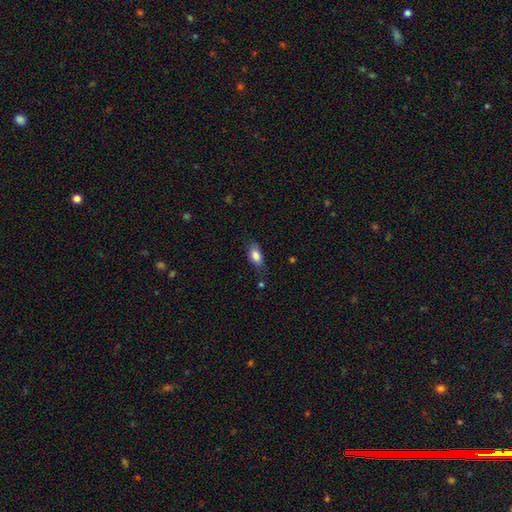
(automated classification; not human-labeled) Smooth or featured? Predicted: smooth (p=0.82). How rounded? Predicted: in between (p=0.87). Merging? Predicted: none (p=0.68).